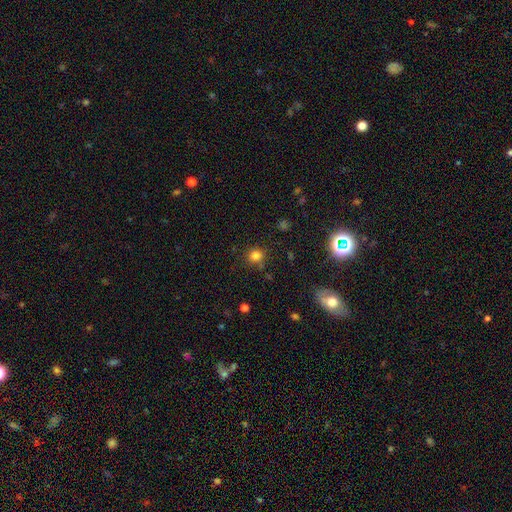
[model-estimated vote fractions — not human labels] A smooth galaxy with no disk features (80%) that is round (86%).

Vote fractions:
- Smooth or featured? smooth: 80% / star or artifact: 15% / featured or disk: 5%
- How rounded? round: 86% / in between: 13% / cigar-shaped: 1%
- Merging? none: 81% / minor disturbance: 11% / merger: 4% / major disturbance: 3%